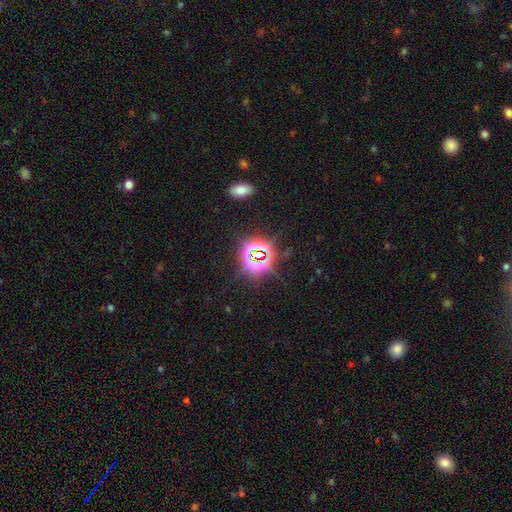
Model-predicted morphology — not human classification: This is likely a star or artifact rather than a galaxy (79%).